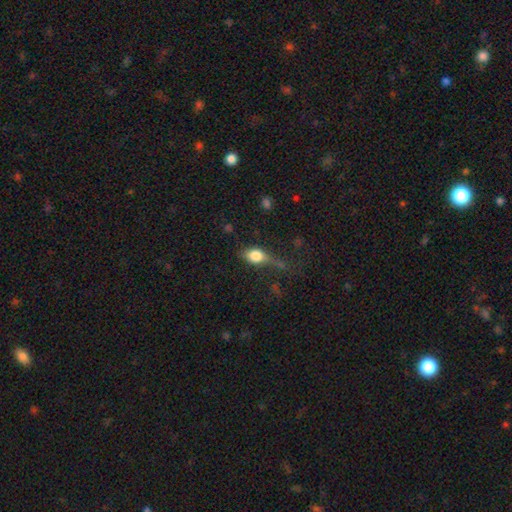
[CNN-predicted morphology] Q: Smooth or featured?
A: smooth (74%); runner-up: featured or disk (16%)
Q: How rounded?
A: in between (66%); runner-up: round (27%)
Q: Merging?
A: none (39%); runner-up: minor disturbance (29%)